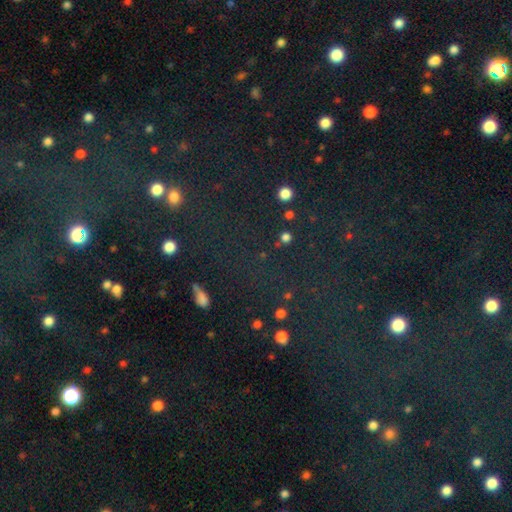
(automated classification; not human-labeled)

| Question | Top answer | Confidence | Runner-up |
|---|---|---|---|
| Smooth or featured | star or artifact | 75% | smooth (17%) |